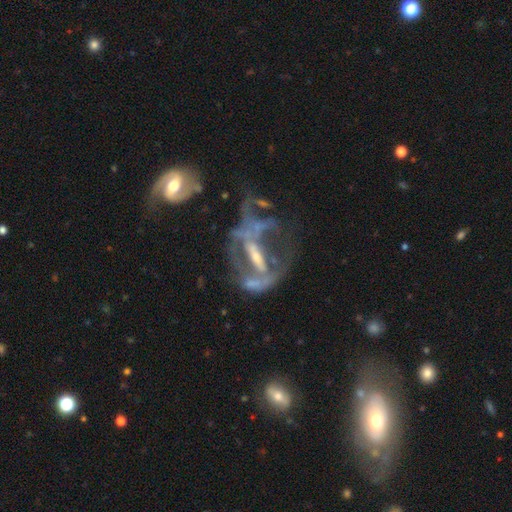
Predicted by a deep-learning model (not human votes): This is likely a featured or disk galaxy (76%). It is clearly not viewed edge-on (91%). Bar: marginally strong (40%). Spiral arm pattern: possibly yes (54%). Central bulge: marginally small (40%). Merging: marginally major disturbance (39%).